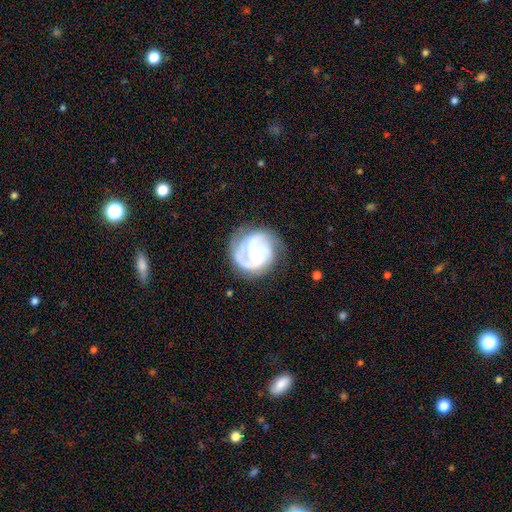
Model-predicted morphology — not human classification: A featured or disk galaxy (84%) with no bar (61%), 2 (38%) tight (44%, tied with medium) spiral arms (94%) and a small central bulge (51%).

Vote fractions:
- Smooth or featured? featured or disk: 84% / smooth: 10% / star or artifact: 5%
- Edge-on disk? no: 98% / yes: 2%
- Bar? no: 61% / weak: 30% / strong: 8%
- Spiral arms? yes: 94% / no: 6%
- Spiral winding? tight: 44% (tied) / medium: 44% (tied) / loose: 12%
- Spiral arm count? 2: 38% / 3: 36% / can't tell: 13% / 1: 6% / 4: 4% / more than 4: 3%
- Bulge size? small: 51% / moderate: 40% / none: 5% / large: 3% / dominant: 1%
- Merging? none: 63% / minor disturbance: 20% / major disturbance: 14% / merger: 3%